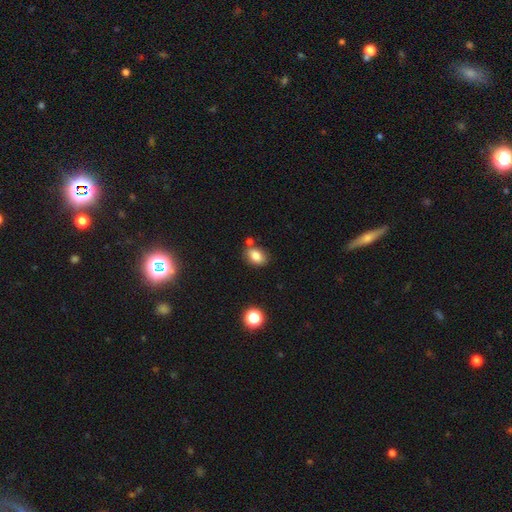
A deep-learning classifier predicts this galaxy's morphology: Smooth or featured? smooth (83%)
How rounded? in between (77%)
Merging? none (71%)